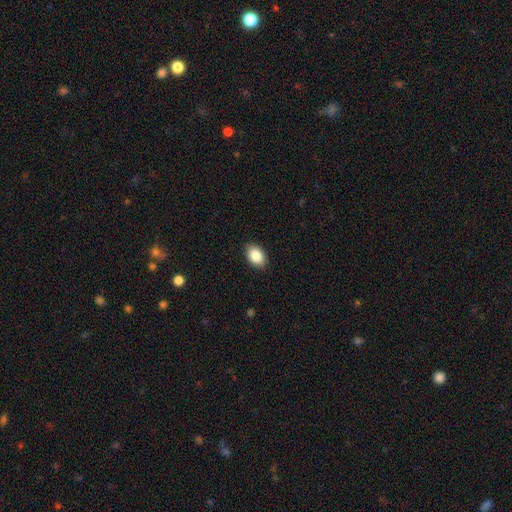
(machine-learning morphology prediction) A smooth galaxy with no disk features (87%) that is in between round and cigar-shaped (85%). Merging: none (89%).